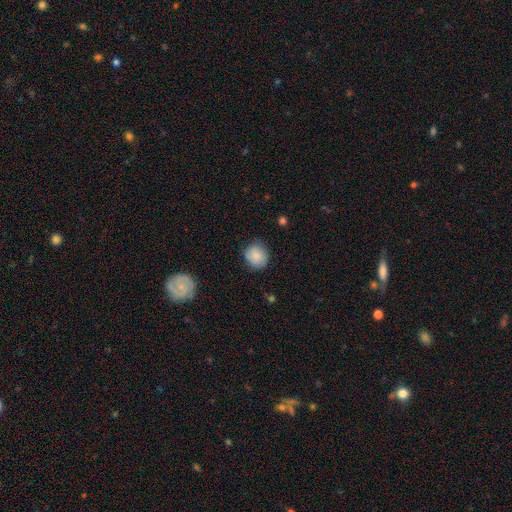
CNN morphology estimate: smooth 85%, featured or disk 8%, star or artifact 7%. Down the decision tree: how rounded — round (84%); merging — none (79%).